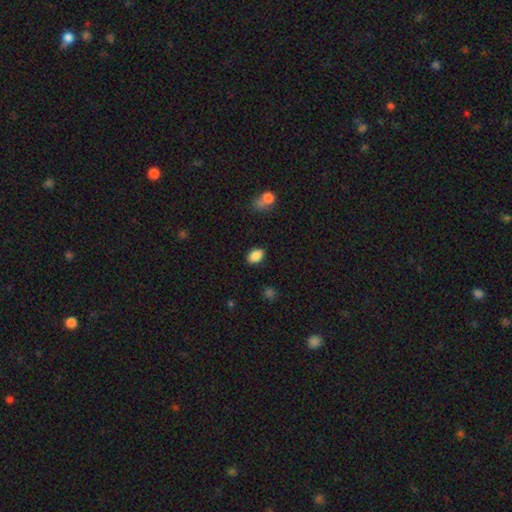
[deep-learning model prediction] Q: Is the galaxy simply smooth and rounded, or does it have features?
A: smooth — 87%.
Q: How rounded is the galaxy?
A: in between — 86%.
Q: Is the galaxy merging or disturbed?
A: none — 86%.